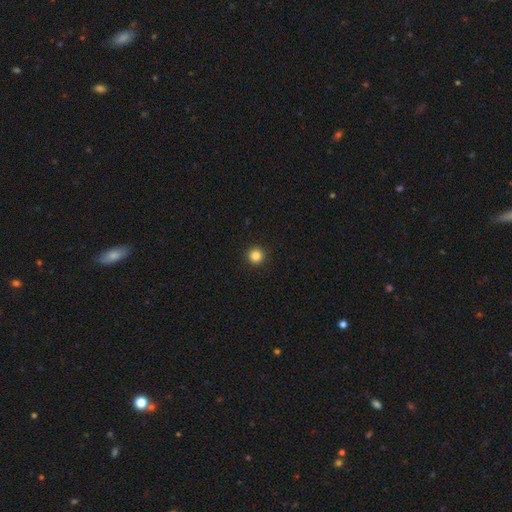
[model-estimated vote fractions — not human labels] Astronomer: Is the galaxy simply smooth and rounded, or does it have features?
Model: smooth — 85%.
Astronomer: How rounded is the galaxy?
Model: round — 96%.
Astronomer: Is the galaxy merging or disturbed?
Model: none — 94%.